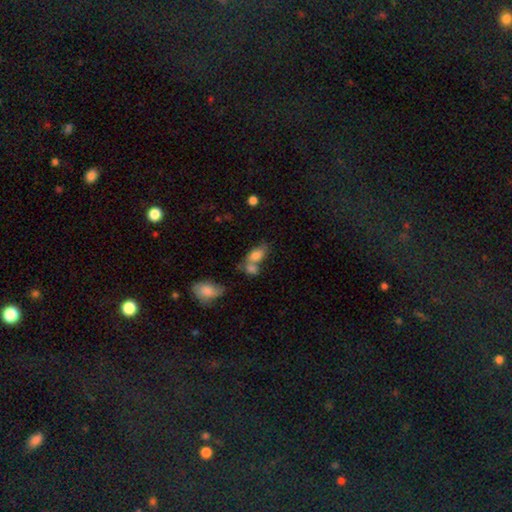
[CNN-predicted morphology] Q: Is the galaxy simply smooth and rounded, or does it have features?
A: smooth — 76%.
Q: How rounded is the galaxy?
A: in between — 86%.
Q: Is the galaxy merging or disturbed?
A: merger — 42%.